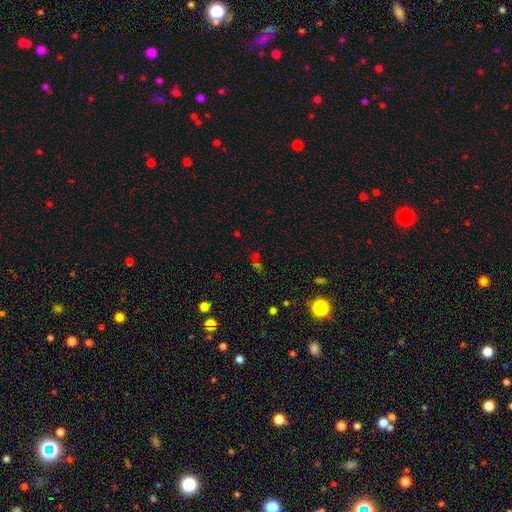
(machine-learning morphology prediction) Smooth or featured?
  - star or artifact: 47% *
  - smooth: 40%
  - featured or disk: 12%